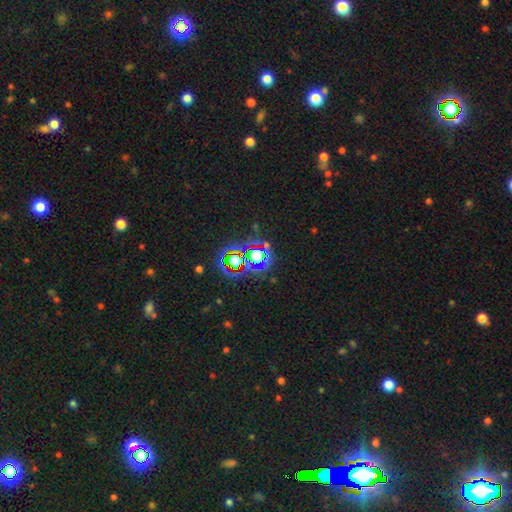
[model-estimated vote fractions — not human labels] Morphology: type=star or artifact (68%).